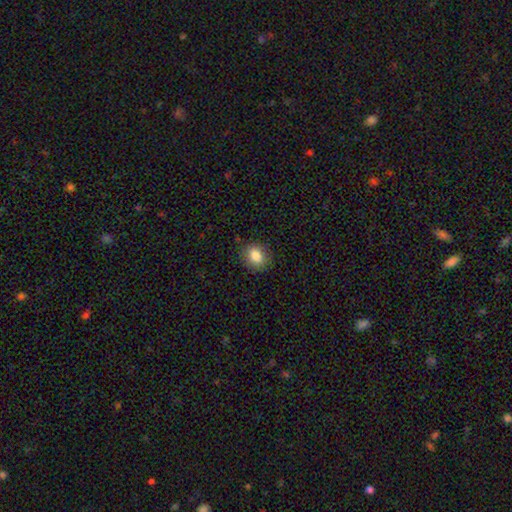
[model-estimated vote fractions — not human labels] Smooth or featured? Predicted: smooth (p=0.84). How rounded? Predicted: round (p=0.59). Merging? Predicted: none (p=0.87).